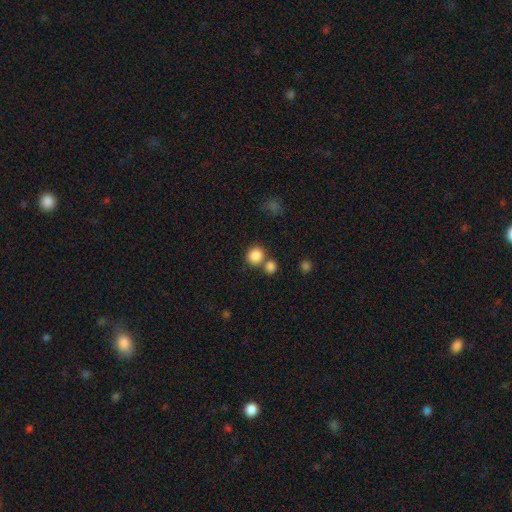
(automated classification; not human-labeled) Q: Smooth or featured?
A: smooth (85%); runner-up: star or artifact (11%)
Q: How rounded?
A: round (86%); runner-up: in between (13%)
Q: Merging?
A: none (62%); runner-up: merger (26%)